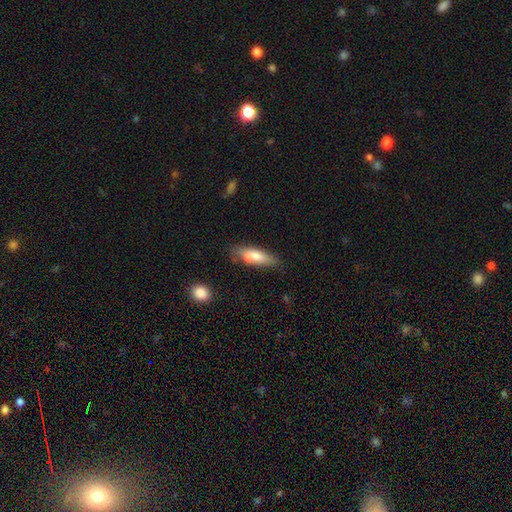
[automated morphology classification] Smooth or featured?
  - smooth: 69% *
  - featured or disk: 24%
  - star or artifact: 7%
How rounded?
  - cigar-shaped: 50% *
  - in between: 47%
  - round: 3%
Merging?
  - none: 53% *
  - merger: 22%
  - minor disturbance: 19%
  - major disturbance: 6%